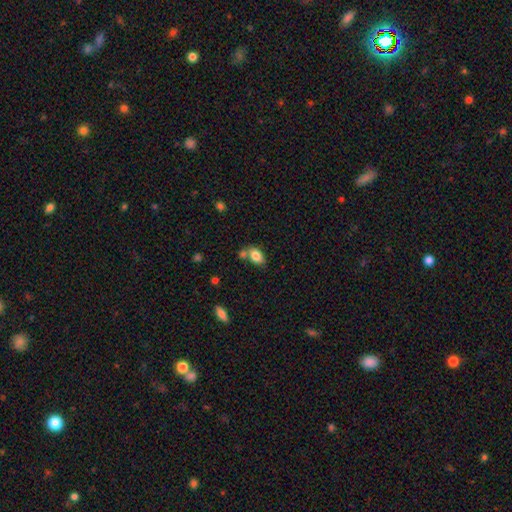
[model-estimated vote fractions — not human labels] A smooth galaxy with no disk features (83%) that is in between round and cigar-shaped (86%).

Vote fractions:
- Smooth or featured? smooth: 83% / featured or disk: 9% / star or artifact: 8%
- How rounded? in between: 86% / round: 12% / cigar-shaped: 2%
- Merging? none: 54% / merger: 27% / minor disturbance: 15% / major disturbance: 4%